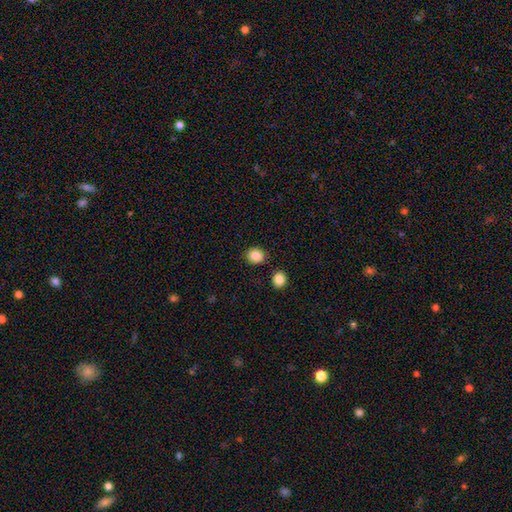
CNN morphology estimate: smooth_or_featured: smooth (p=0.86) [alt: star or artifact p=0.09]
how_rounded: round (p=0.75) [alt: in between p=0.24]
merging: none (p=0.87) [alt: minor disturbance p=0.07]